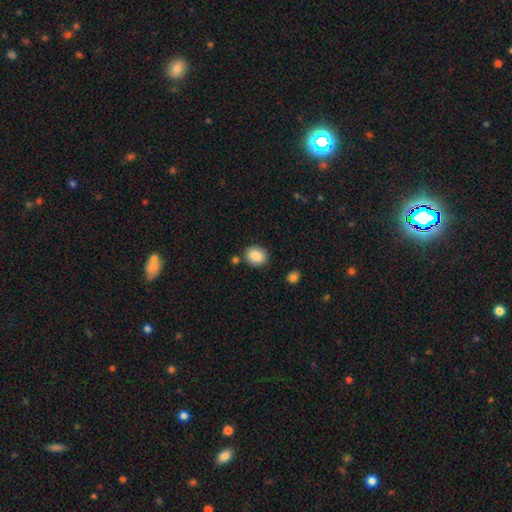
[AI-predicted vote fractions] This is clearly a smooth galaxy (87%). How rounded: likely round (65%). Merging: clearly none (84%).